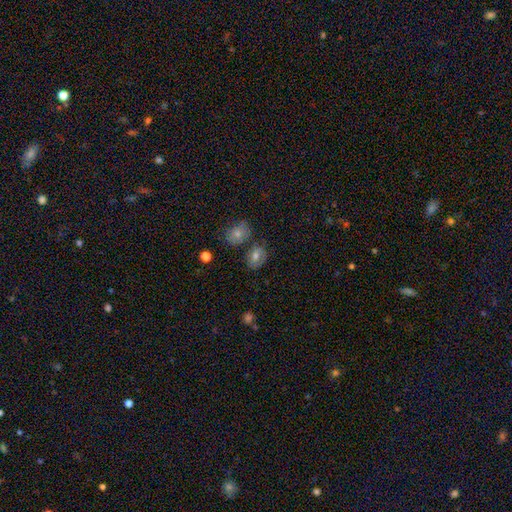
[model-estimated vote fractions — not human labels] Morphology: type=smooth (60%); roundness=in between (62%); merging=none (68%).